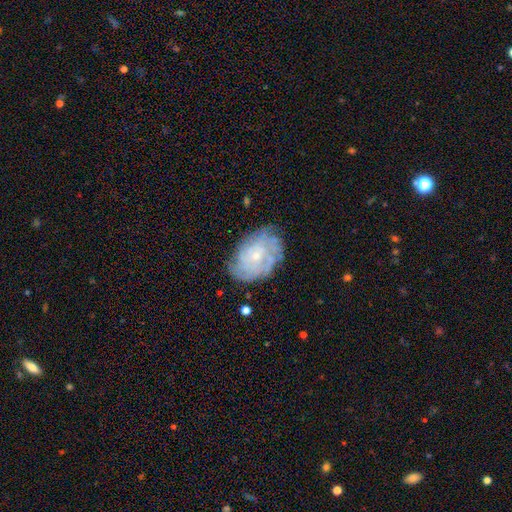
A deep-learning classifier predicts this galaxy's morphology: featured or disk 68%, smooth 23%, star or artifact 9%. Down the decision tree: edge-on disk — no (96%); bar — no (80%); spiral arms — yes (85%); spiral arm count — can't tell (55%); spiral winding — tight (70%); bulge size — small (72%); merging — none (75%).